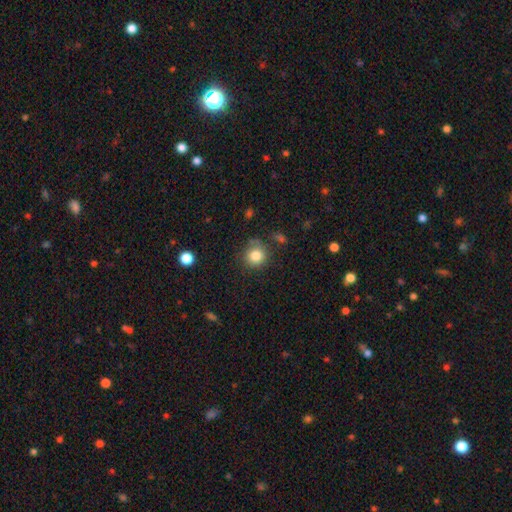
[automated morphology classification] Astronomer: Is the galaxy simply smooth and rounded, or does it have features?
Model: smooth — 82%.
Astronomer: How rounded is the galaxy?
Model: round — 89%.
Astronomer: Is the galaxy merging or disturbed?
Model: none — 72%.